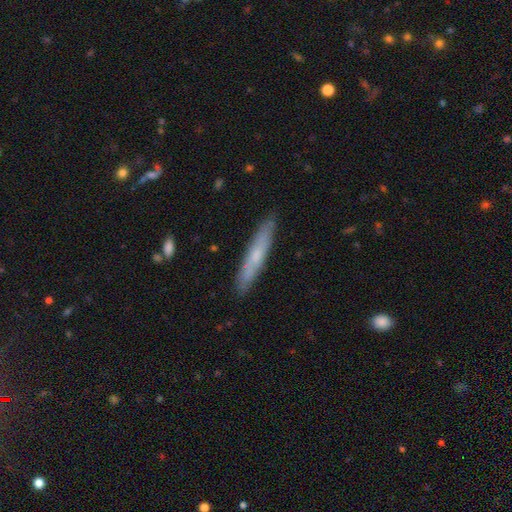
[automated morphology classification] A smooth galaxy with no disk features (55%) that is cigar-shaped (93%). Merging: none (88%).